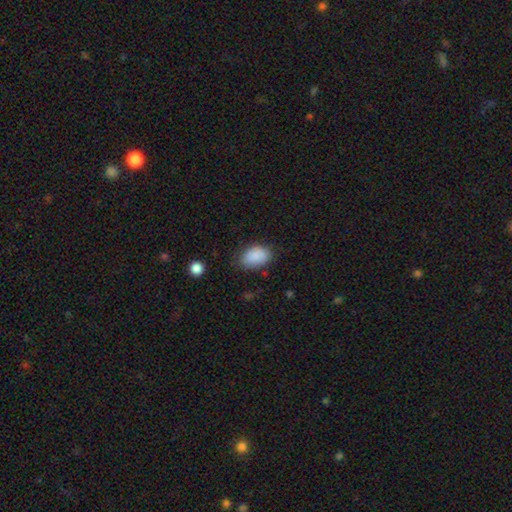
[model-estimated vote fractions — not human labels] smooth 89%, star or artifact 7%, featured or disk 4%. Down the decision tree: how rounded — in between (88%); merging — none (74%).